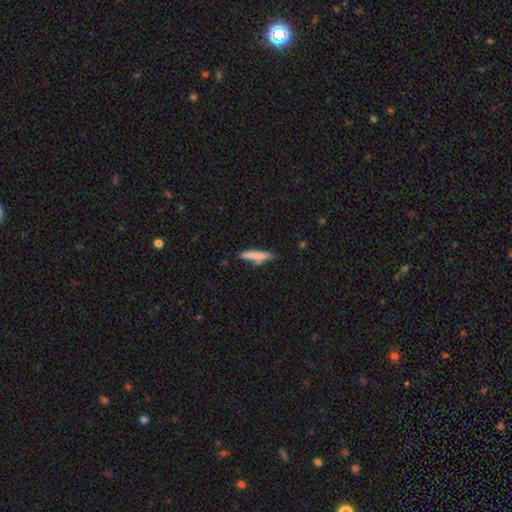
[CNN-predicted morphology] Smooth or featured? smooth (77%)
How rounded? cigar-shaped (88%)
Merging? none (68%)